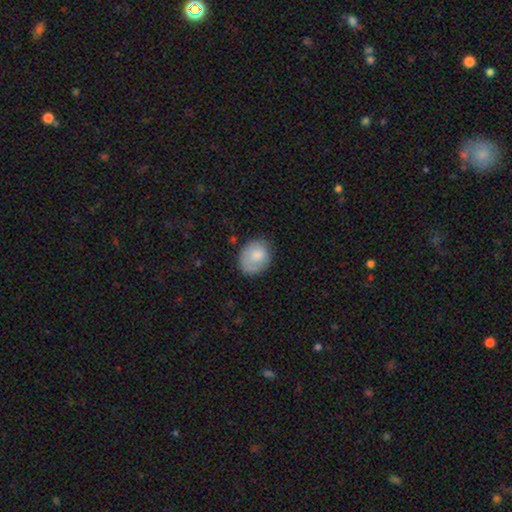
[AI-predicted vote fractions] Q: Smooth or featured?
A: smooth (80%); runner-up: featured or disk (12%)
Q: How rounded?
A: round (51%); runner-up: in between (48%)
Q: Merging?
A: none (69%); runner-up: minor disturbance (22%)